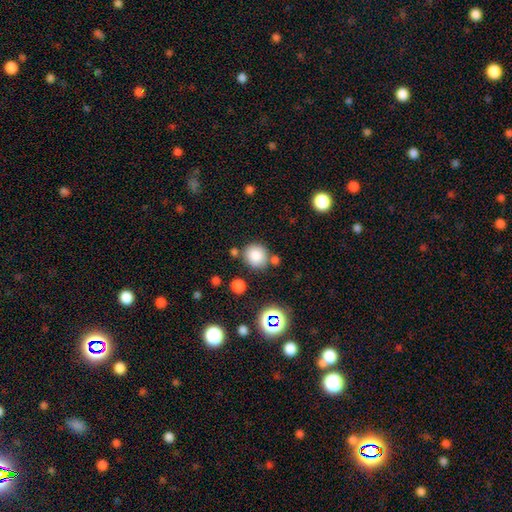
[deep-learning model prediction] The model was most divided on "merging": none: 75%, minor disturbance: 11%, merger: 11%, major disturbance: 4%. More confident: how rounded — round (87%); smooth or featured — smooth (82%).